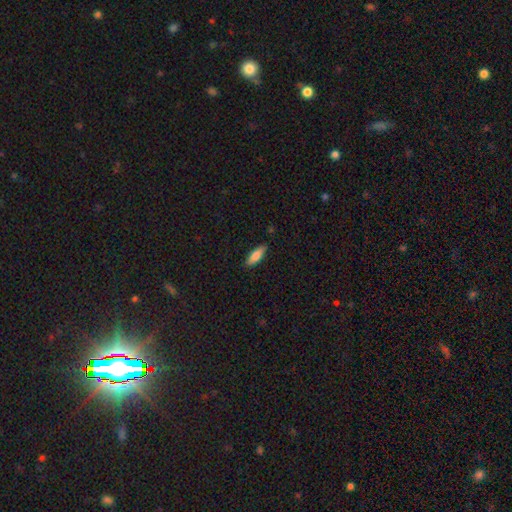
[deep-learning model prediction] A smooth galaxy with no disk features (78%) that is in between round and cigar-shaped (55%). Merging: none (85%).